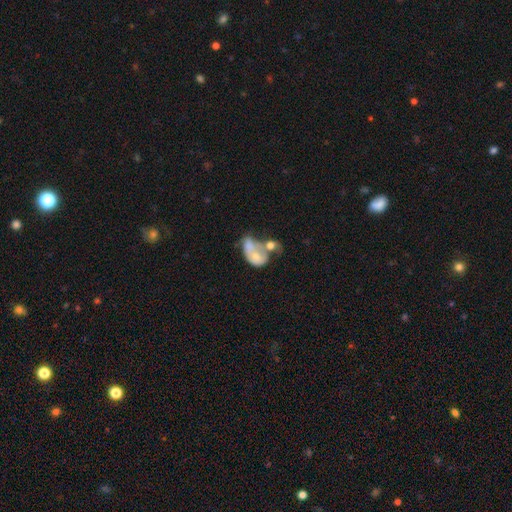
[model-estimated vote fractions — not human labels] Smooth or featured?
  - smooth: 53% *
  - featured or disk: 39%
  - star or artifact: 8%
How rounded?
  - in between: 79% *
  - round: 19%
  - cigar-shaped: 2%
Merging?
  - merger: 66% *
  - major disturbance: 15%
  - none: 10%
  - minor disturbance: 9%